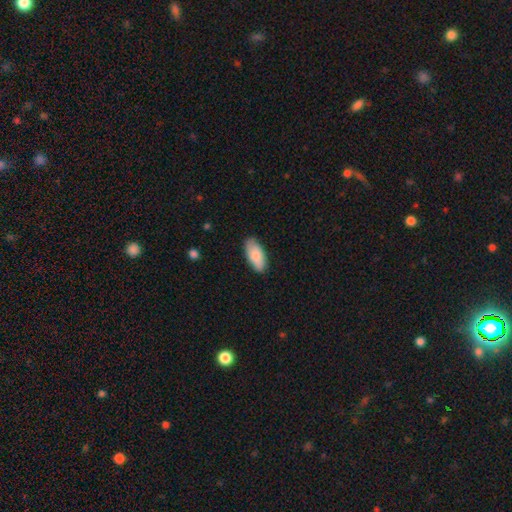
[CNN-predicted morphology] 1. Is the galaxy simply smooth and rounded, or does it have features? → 85% smooth, 9% featured or disk, 6% star or artifact.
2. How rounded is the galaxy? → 89% in between, 9% cigar-shaped, 2% round.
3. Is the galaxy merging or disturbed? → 84% none, 12% minor disturbance, 2% major disturbance, 1% merger.